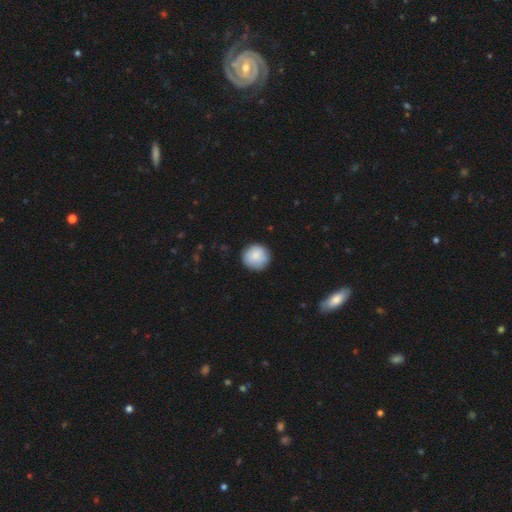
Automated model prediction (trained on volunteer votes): Morphology: type=smooth (87%); roundness=round (95%); merging=none (88%).